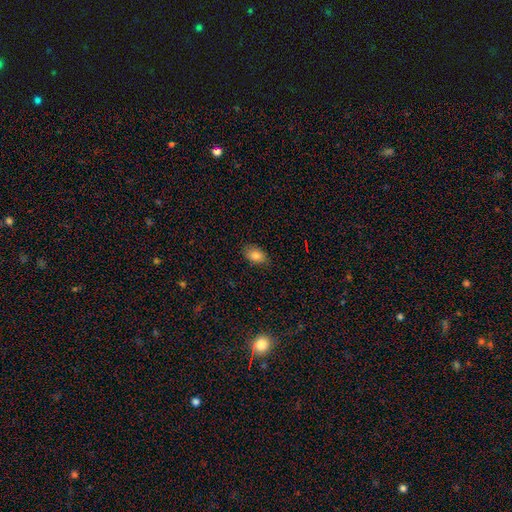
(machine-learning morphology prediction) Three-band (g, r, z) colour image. It shows a smooth galaxy with no disk features (83%) that is in between round and cigar-shaped (87%). Merging: none (83%).